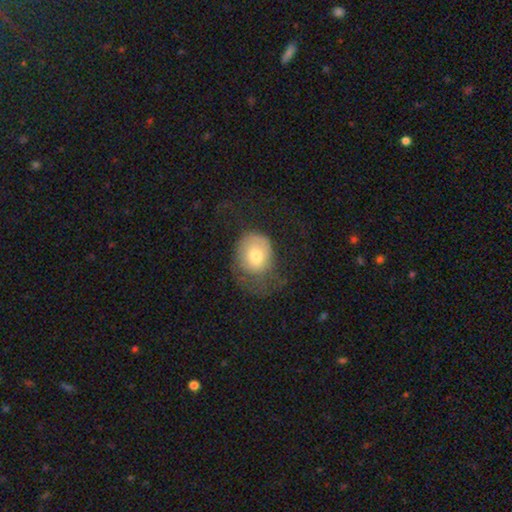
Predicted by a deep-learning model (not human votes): Smooth or featured? Predicted: smooth (p=0.67). How rounded? Predicted: round (p=0.60). Merging? Predicted: major disturbance (p=0.39).